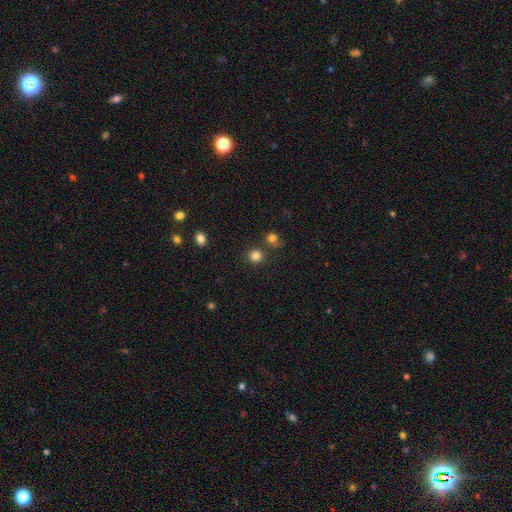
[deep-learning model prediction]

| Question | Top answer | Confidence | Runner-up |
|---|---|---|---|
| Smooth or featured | smooth | 82% | star or artifact (14%) |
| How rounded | round | 92% | in between (7%) |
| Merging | none | 82% | merger (9%) |